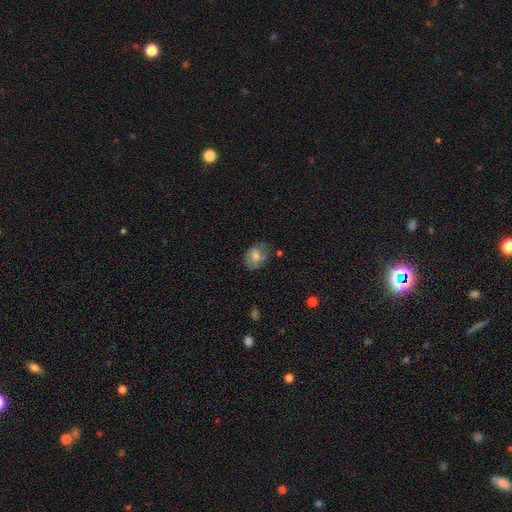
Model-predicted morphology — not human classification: Smooth or featured? Predicted: smooth (p=0.61). How rounded? Predicted: in between (p=0.63). Merging? Predicted: none (p=0.65).